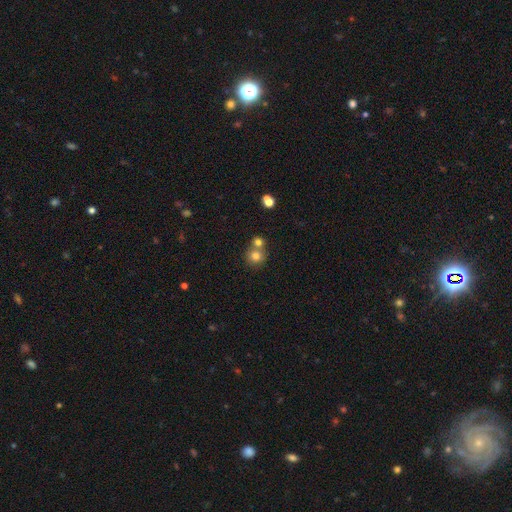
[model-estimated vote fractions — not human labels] A smooth galaxy with no disk features (78%) that is round (87%).

Vote fractions:
- Smooth or featured? smooth: 78% / star or artifact: 11% / featured or disk: 11%
- How rounded? round: 87% / in between: 12% / cigar-shaped: 1%
- Merging? none: 51% / merger: 38% / minor disturbance: 8% / major disturbance: 3%